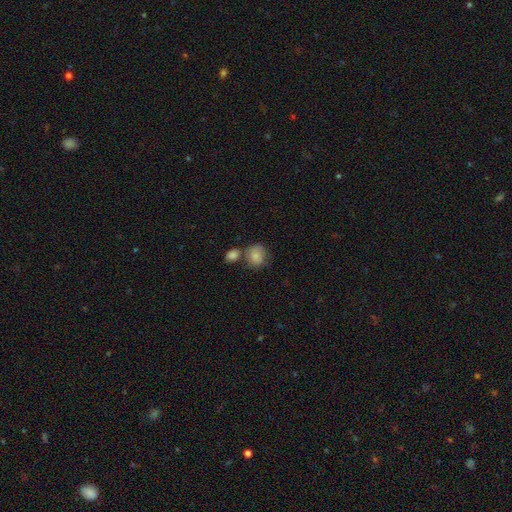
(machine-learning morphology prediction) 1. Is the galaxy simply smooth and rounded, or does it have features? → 82% smooth, 11% featured or disk, 8% star or artifact.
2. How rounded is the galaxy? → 66% round, 33% in between, 1% cigar-shaped.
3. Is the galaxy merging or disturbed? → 48% none, 30% merger, 17% minor disturbance, 6% major disturbance.